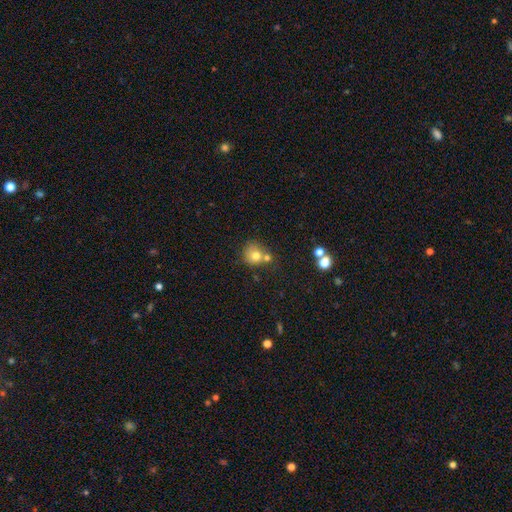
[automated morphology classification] This appears to be a smooth galaxy with no disk features (74%) that is round (83%). Merging: none (46%).